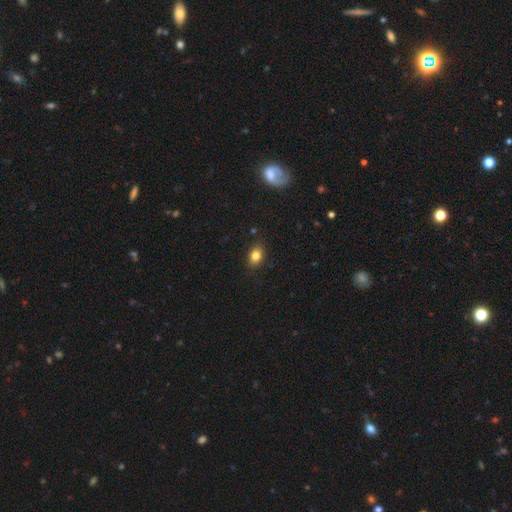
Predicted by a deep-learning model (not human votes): The model was most divided on "how rounded": in between: 74%, round: 24%, cigar-shaped: 2%. More confident: merging — none (86%); smooth or featured — smooth (81%).